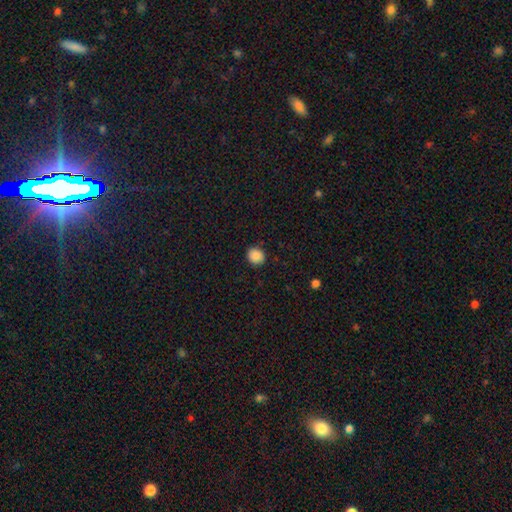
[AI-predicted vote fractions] This appears to be a smooth galaxy with no disk features (88%) that is round (72%). Merging: none (89%).